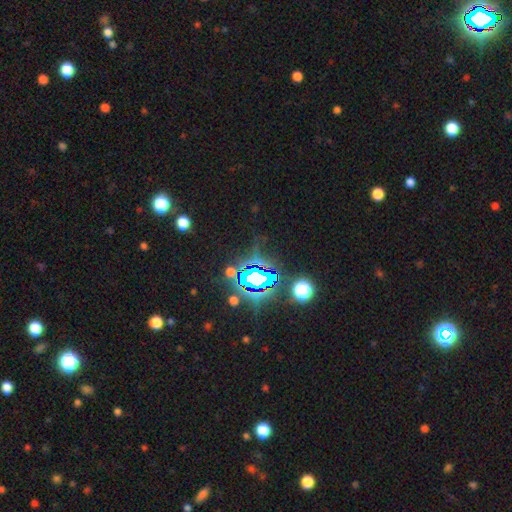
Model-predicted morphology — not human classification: type=star or artifact (82%).